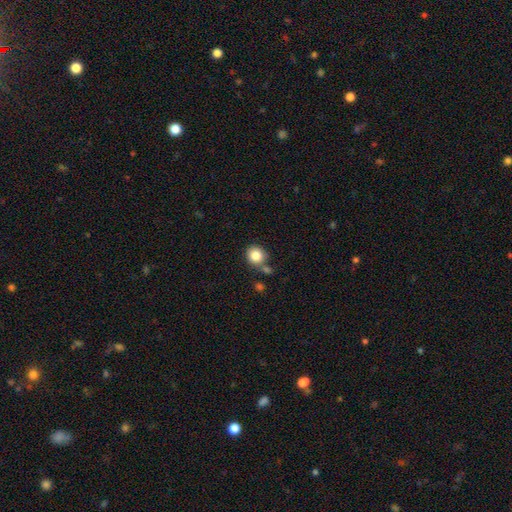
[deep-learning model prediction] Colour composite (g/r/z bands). It shows a smooth galaxy with no disk features (84%) that is round (87%). Merging: none (69%).